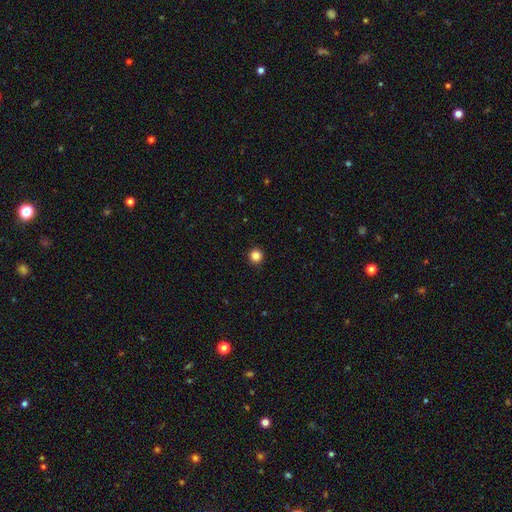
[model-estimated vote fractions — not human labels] Smooth or featured? Predicted: smooth (p=0.85). How rounded? Predicted: round (p=0.95). Merging? Predicted: none (p=0.93).